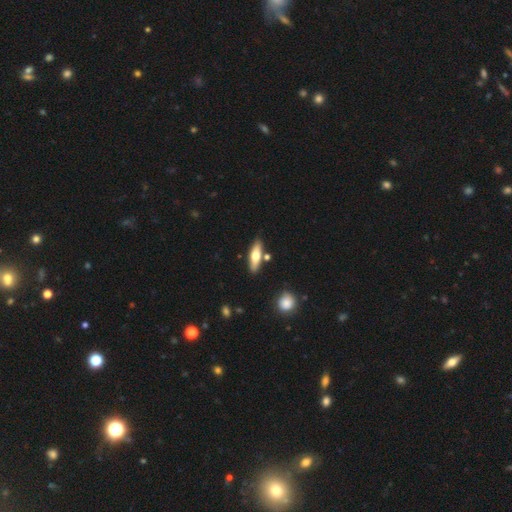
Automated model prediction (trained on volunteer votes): The model was most divided on "how rounded": cigar-shaped: 53%, in between: 45%, round: 3%. More confident: merging — none (80%); smooth or featured — smooth (61%).